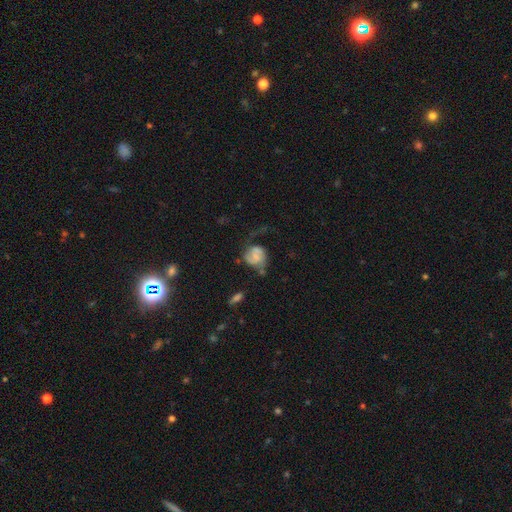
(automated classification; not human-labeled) Q: Smooth or featured?
A: featured or disk (52%); runner-up: smooth (39%)
Q: Edge-on disk?
A: no (97%); runner-up: yes (3%)
Q: Bar?
A: no (55%); runner-up: weak (36%)
Q: Spiral arms?
A: yes (79%); runner-up: no (21%)
Q: Bulge size?
A: small (38%); runner-up: none (31%)
Q: Merging?
A: none (37%); runner-up: major disturbance (30%)